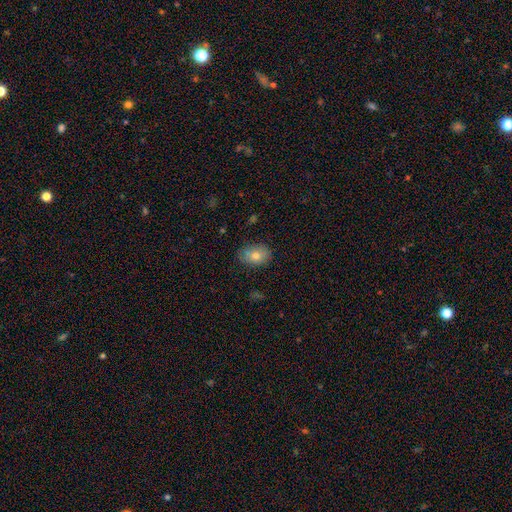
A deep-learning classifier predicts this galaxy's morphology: Q: Smooth or featured?
A: smooth (78%); runner-up: featured or disk (13%)
Q: How rounded?
A: in between (80%); runner-up: round (19%)
Q: Merging?
A: none (82%); runner-up: minor disturbance (15%)